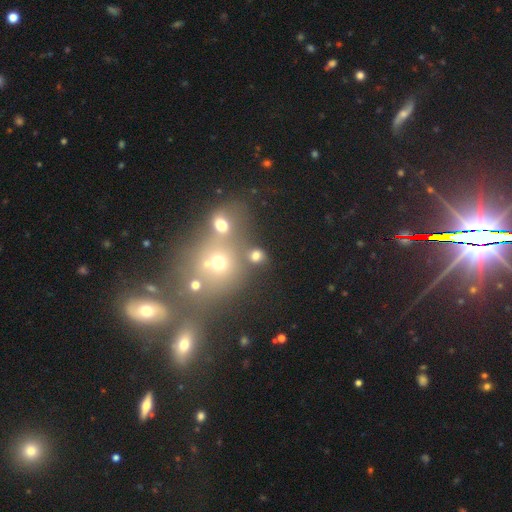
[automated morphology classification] smooth-or-featured: smooth: 72% | star or artifact: 18% | featured or disk: 10%
  how-rounded: round: 71% | in between: 27% | cigar-shaped: 2%
  merging: none: 60% | merger: 25% | minor disturbance: 9% | major disturbance: 6%